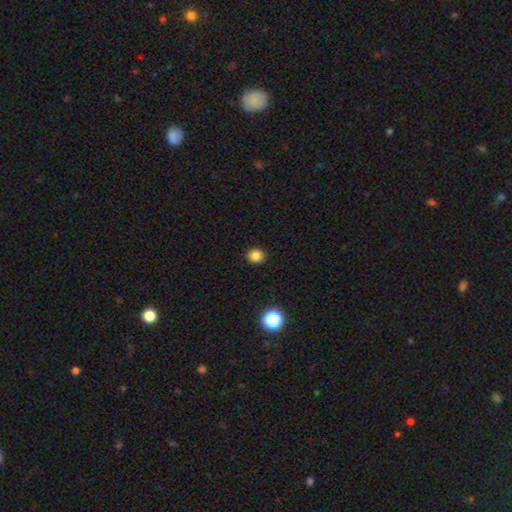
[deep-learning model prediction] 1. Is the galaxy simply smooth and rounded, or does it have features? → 83% smooth, 13% star or artifact, 4% featured or disk.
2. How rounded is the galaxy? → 80% round, 19% in between, 1% cigar-shaped.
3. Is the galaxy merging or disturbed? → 91% none, 6% minor disturbance, 2% major disturbance, 1% merger.